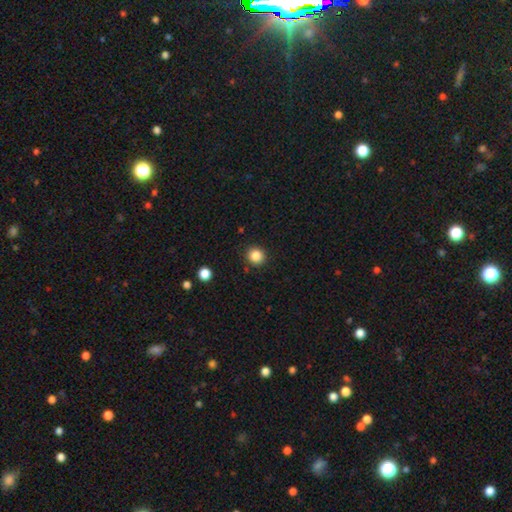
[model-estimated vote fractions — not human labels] Overall: smooth (85%). How rounded: round (91%). Merging: none (90%).